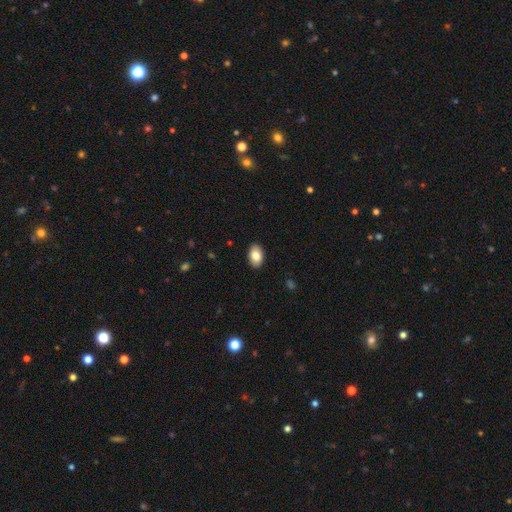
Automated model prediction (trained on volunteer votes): Smooth or featured? Predicted: smooth (p=0.84). How rounded? Predicted: in between (p=0.90). Merging? Predicted: none (p=0.89).